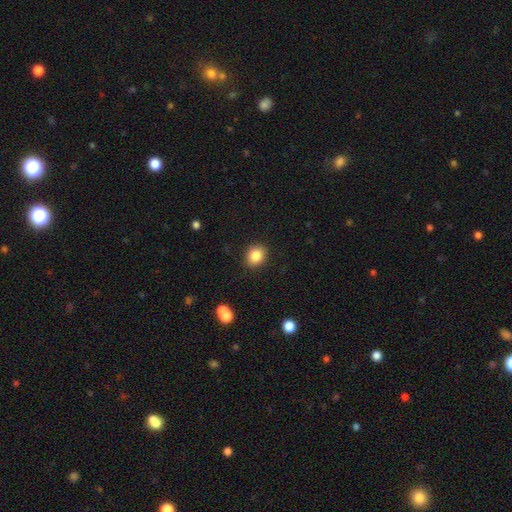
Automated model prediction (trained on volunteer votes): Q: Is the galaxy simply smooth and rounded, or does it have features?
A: smooth — 85%.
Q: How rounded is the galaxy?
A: round — 59%.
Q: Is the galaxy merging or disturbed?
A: none — 88%.